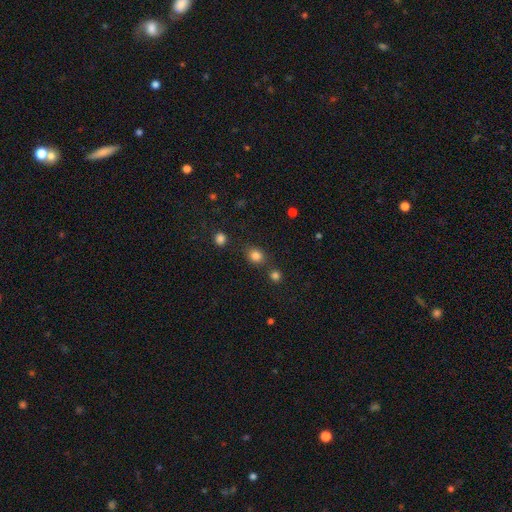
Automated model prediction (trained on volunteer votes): Smooth or featured?
  - smooth: 82% *
  - star or artifact: 13%
  - featured or disk: 5%
How rounded?
  - round: 67% *
  - in between: 32%
  - cigar-shaped: 1%
Merging?
  - none: 75% *
  - minor disturbance: 11%
  - merger: 10%
  - major disturbance: 4%